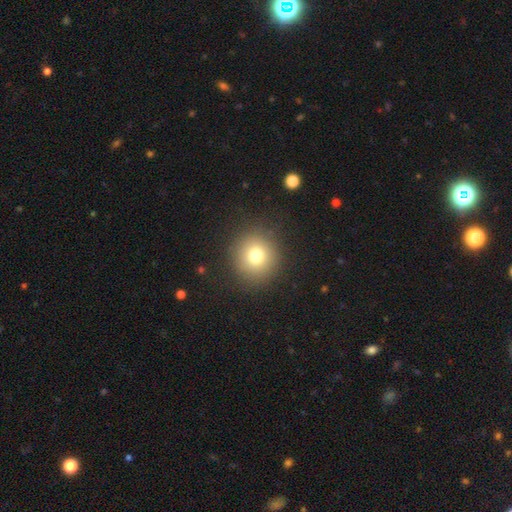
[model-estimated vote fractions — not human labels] A smooth galaxy with no disk features (75%) that is round (92%). Merging: none (88%).